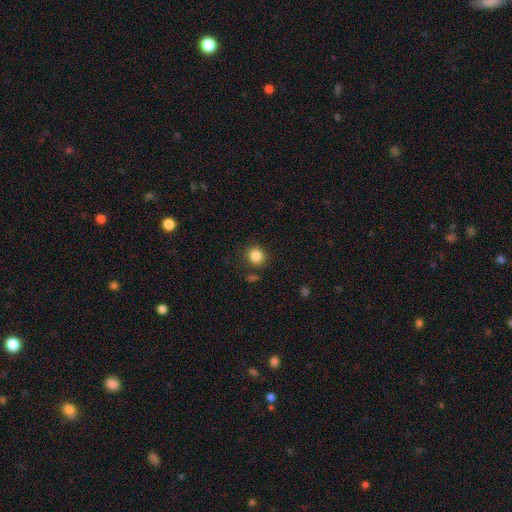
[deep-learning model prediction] Morphology: type=smooth (85%); roundness=round (83%); merging=none (84%).